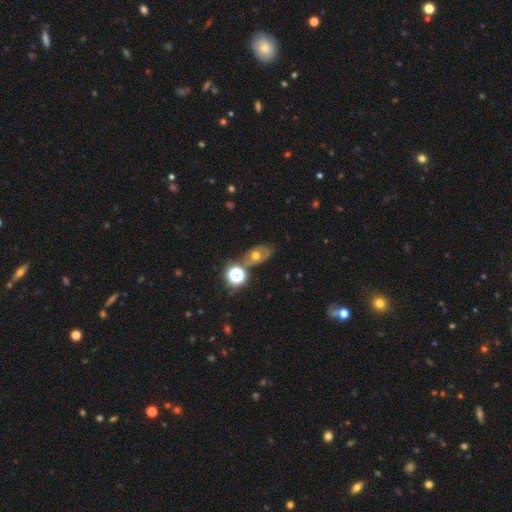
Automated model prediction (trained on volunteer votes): Smooth or featured? smooth (47%)
Merging? none (57%)